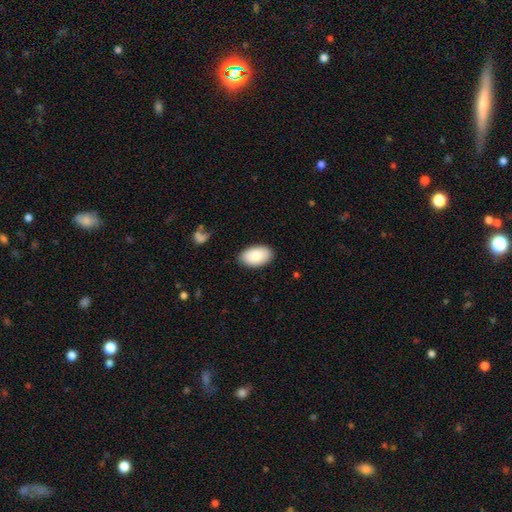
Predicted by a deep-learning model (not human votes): Overall: smooth (86%). How rounded: in between (95%). Merging: none (86%).